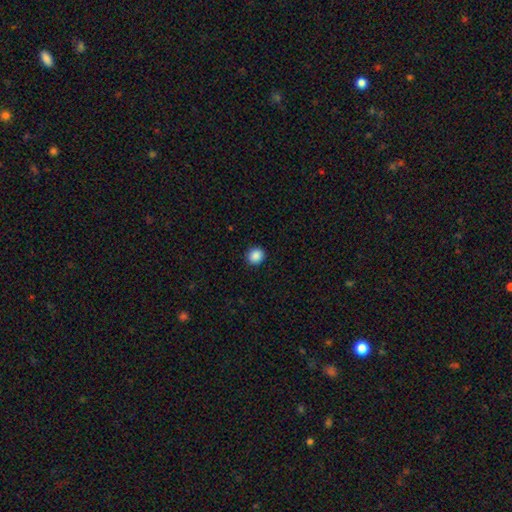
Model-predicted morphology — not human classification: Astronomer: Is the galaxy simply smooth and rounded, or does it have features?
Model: smooth — 88%.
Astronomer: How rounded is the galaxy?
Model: round — 86%.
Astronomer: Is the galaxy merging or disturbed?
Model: none — 92%.